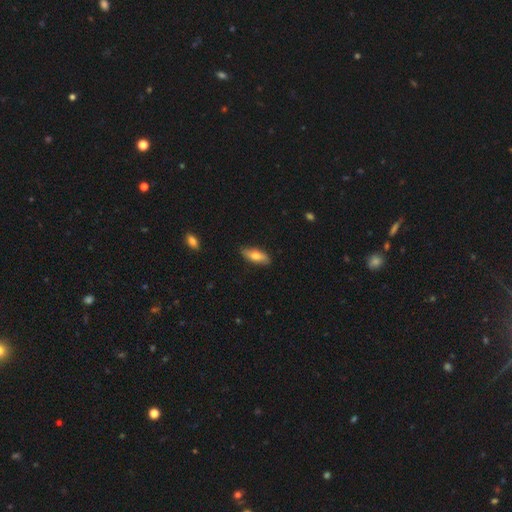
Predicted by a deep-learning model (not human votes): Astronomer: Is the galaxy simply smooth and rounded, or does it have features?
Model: smooth — 67%.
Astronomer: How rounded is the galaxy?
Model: in between — 70%.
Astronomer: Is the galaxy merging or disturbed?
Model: none — 83%.